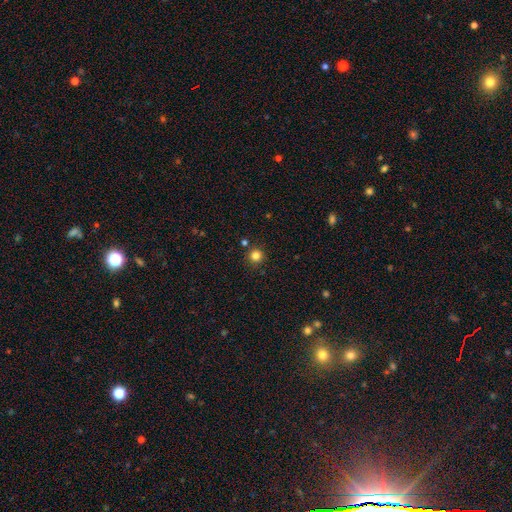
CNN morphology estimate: Smooth or featured? Predicted: smooth (p=0.82). How rounded? Predicted: round (p=0.95). Merging? Predicted: none (p=0.88).